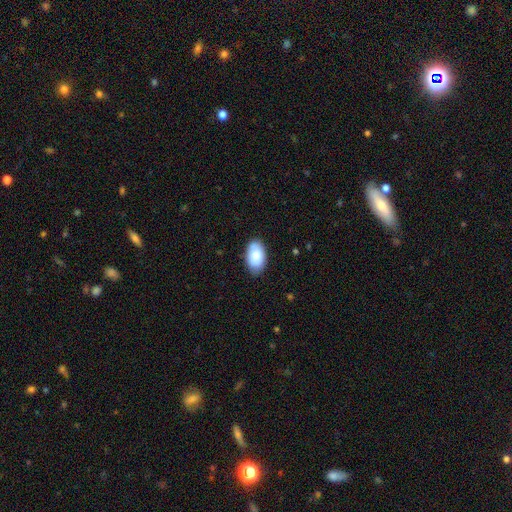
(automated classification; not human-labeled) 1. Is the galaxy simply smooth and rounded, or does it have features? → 83% smooth, 10% featured or disk, 6% star or artifact.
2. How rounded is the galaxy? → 94% in between, 4% round, 1% cigar-shaped.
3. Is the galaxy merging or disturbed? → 81% none, 16% minor disturbance, 3% major disturbance, 1% merger.